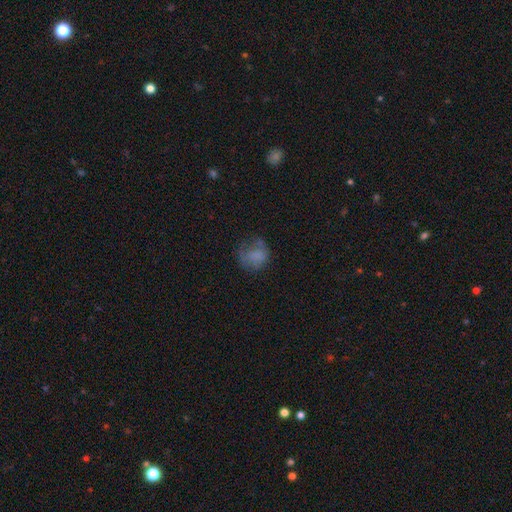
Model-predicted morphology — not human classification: Smooth or featured? smooth (66%)
How rounded? round (67%)
Merging? none (49%)